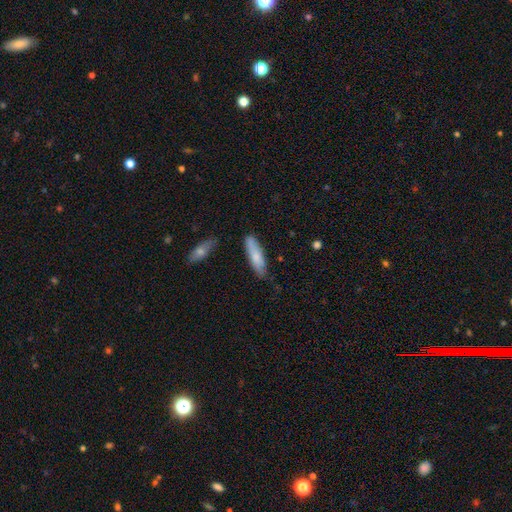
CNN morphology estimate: Smooth or featured? Predicted: smooth (p=0.75). How rounded? Predicted: cigar-shaped (p=0.64). Merging? Predicted: none (p=0.72).